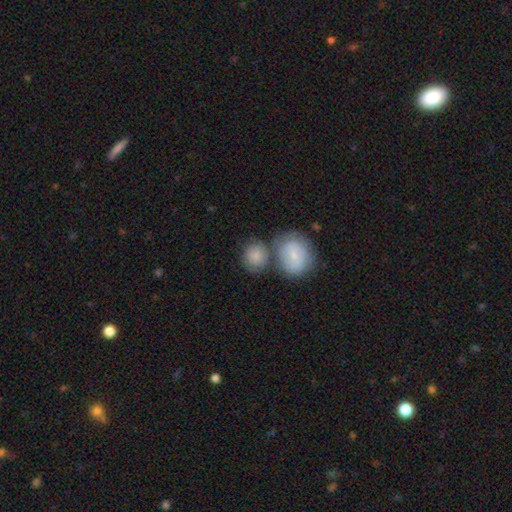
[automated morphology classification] The model was most divided on "merging": none: 49%, merger: 33%, minor disturbance: 13%, major disturbance: 5%. More confident: smooth or featured — smooth (79%); how rounded — round (76%).